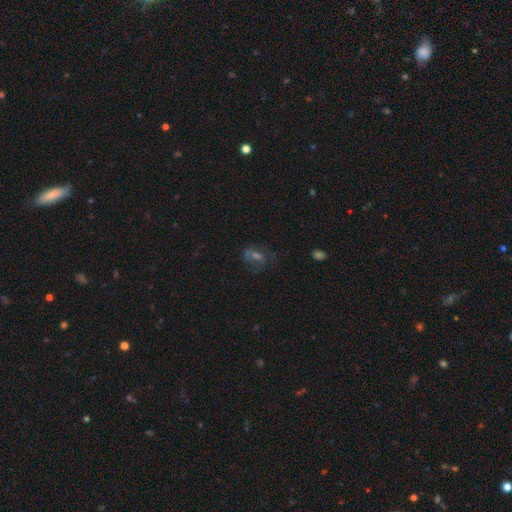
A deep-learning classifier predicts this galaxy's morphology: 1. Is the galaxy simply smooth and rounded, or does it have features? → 37% featured or disk, 33% smooth, 31% star or artifact.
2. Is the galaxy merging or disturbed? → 59% none, 19% minor disturbance, 15% major disturbance, 6% merger.